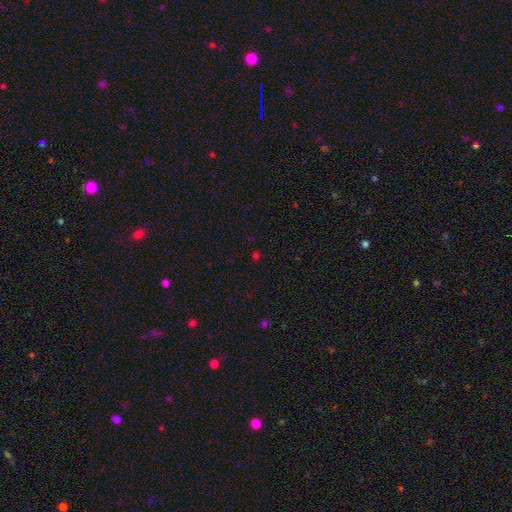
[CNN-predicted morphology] A star or artifact, not a galaxy (50%).